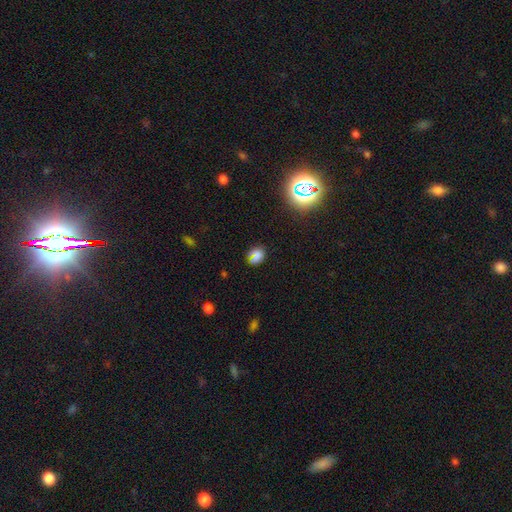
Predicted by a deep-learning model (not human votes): Smooth or featured?
  - smooth: 61% *
  - star or artifact: 28%
  - featured or disk: 11%
How rounded?
  - in between: 53% *
  - round: 44%
  - cigar-shaped: 3%
Merging?
  - none: 66% *
  - minor disturbance: 18%
  - major disturbance: 8%
  - merger: 8%